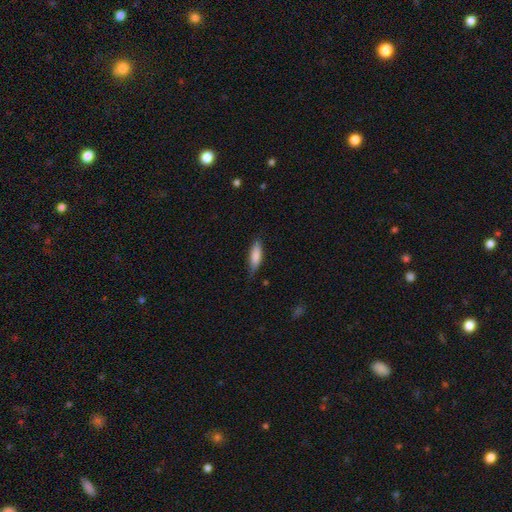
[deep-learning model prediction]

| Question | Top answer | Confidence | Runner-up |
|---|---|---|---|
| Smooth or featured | smooth | 81% | featured or disk (13%) |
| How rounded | cigar-shaped | 50% | in between (48%) |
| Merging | none | 72% | minor disturbance (23%) |